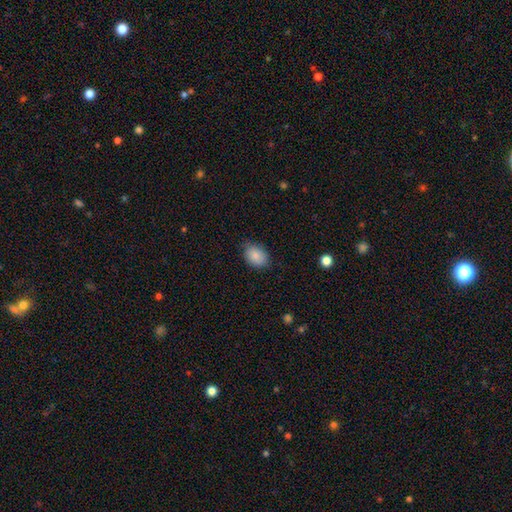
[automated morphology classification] type=smooth (87%); roundness=in between (72%); merging=none (73%).